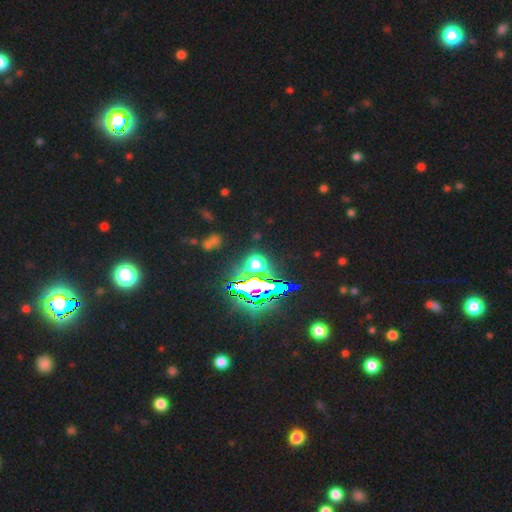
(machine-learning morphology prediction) Smooth or featured: star or artifact — 84% (smooth — 10%)